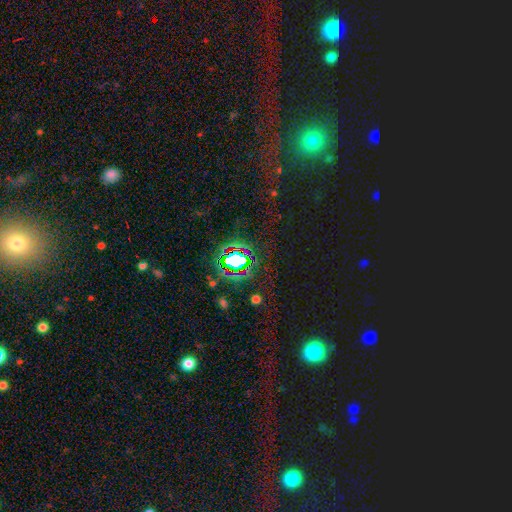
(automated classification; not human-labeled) A star or artifact, not a galaxy (66%).